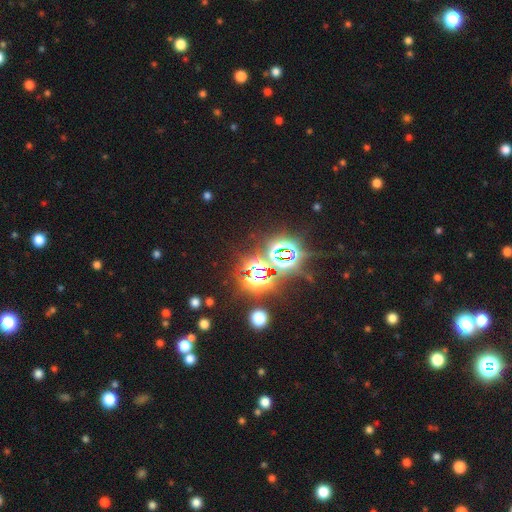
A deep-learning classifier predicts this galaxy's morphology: The model was most divided on "smooth or featured": star or artifact: 79%, smooth: 15%, featured or disk: 6%.